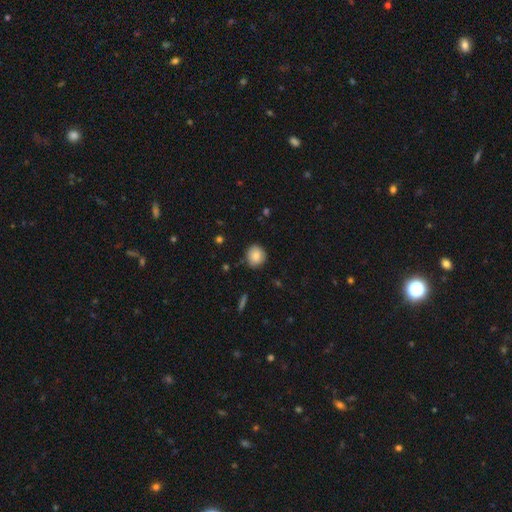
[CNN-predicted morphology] This appears to be a smooth galaxy with no disk features (84%) that is round (85%). Merging: none (85%).